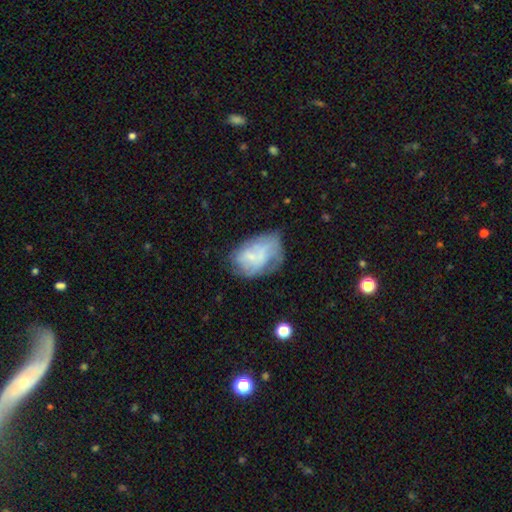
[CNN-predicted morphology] Q: Smooth or featured?
A: smooth (45%); tied with: featured or disk (45%)
Q: Merging?
A: none (36%); runner-up: minor disturbance (32%)